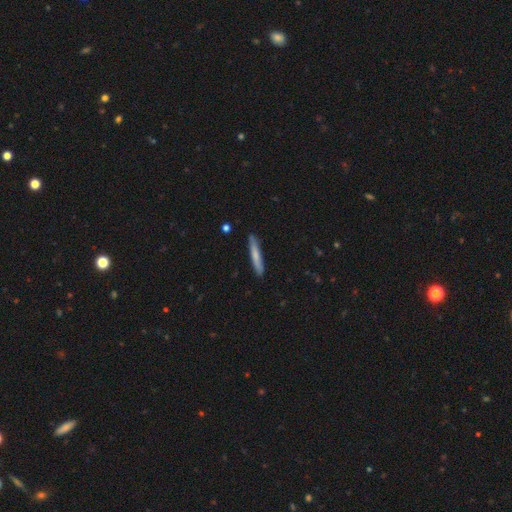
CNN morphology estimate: smooth_or_featured: smooth (p=0.71) [alt: featured or disk p=0.23]
how_rounded: cigar-shaped (p=0.95) [alt: in between p=0.04]
merging: none (p=0.88) [alt: minor disturbance p=0.09]